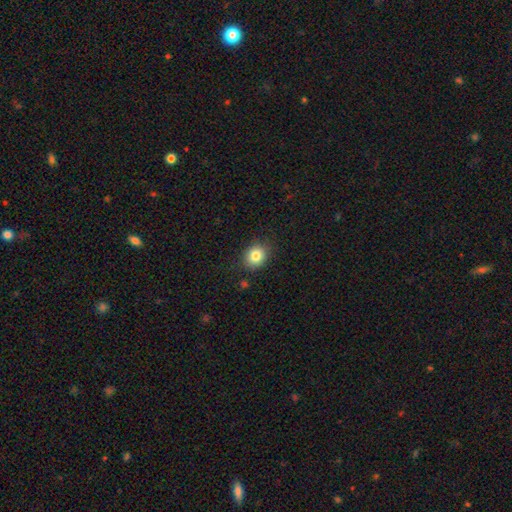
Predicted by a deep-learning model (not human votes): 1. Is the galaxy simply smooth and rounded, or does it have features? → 82% smooth, 10% star or artifact, 7% featured or disk.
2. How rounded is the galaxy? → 64% round, 35% in between, 1% cigar-shaped.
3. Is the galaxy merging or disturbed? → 85% none, 11% minor disturbance, 3% major disturbance, 1% merger.